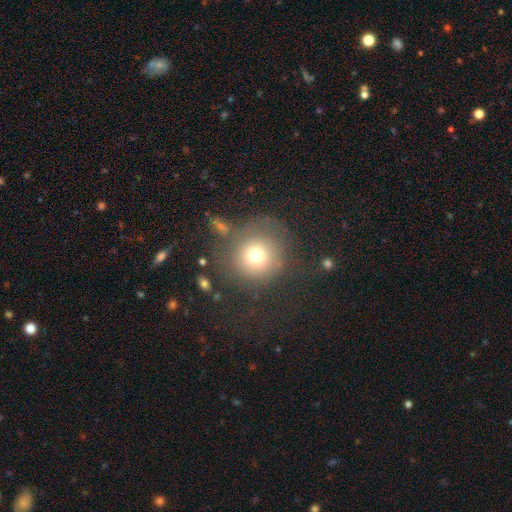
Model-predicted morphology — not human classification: This is likely a smooth galaxy (71%). How rounded: clearly round (91%). Merging: likely none (63%).